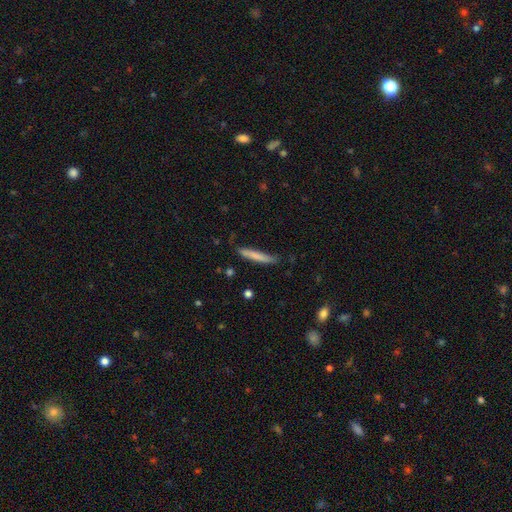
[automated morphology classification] This is likely a smooth galaxy (75%). How rounded: clearly cigar-shaped (94%). Merging: likely none (77%).